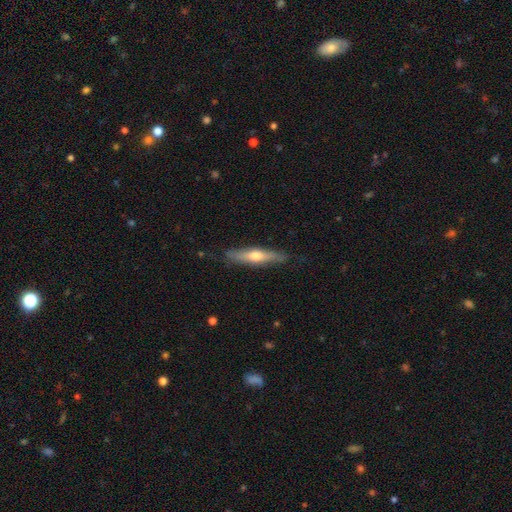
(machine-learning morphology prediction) Smooth or featured: featured or disk — 53% (smooth — 42%)
Edge-on disk: yes — 92% (no — 8%)
Merging: none — 84% (minor disturbance — 12%)